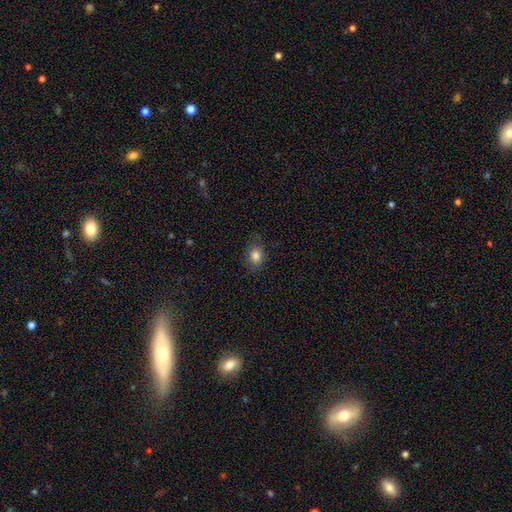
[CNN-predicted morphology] smooth 83%, star or artifact 10%, featured or disk 6%. Down the decision tree: how rounded — in between (57%); merging — none (81%).